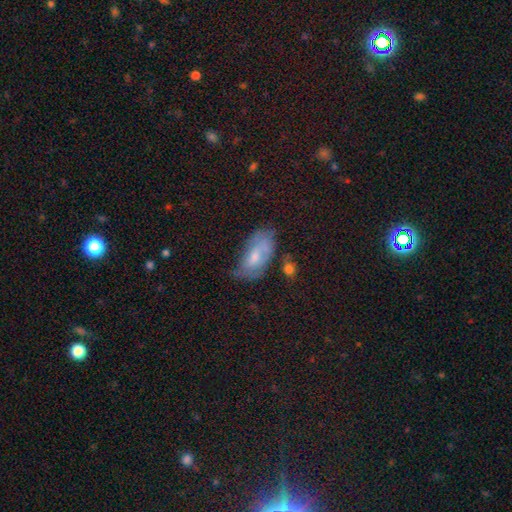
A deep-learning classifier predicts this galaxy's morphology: smooth 49%, featured or disk 36%, star or artifact 15%. Down the decision tree: merging — none (48%).